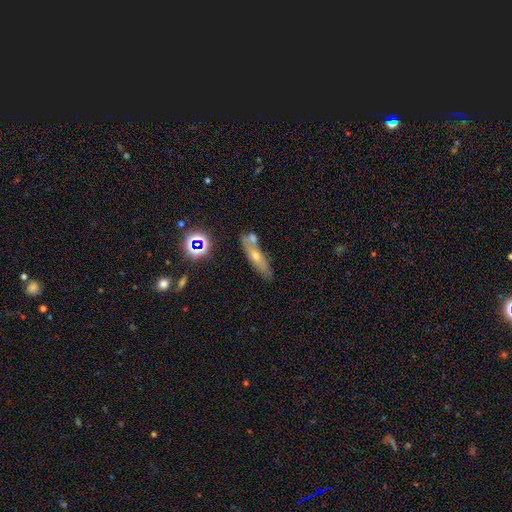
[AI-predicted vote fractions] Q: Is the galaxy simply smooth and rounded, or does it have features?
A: featured or disk — 42%, tied with smooth.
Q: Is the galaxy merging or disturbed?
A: none — 64%.